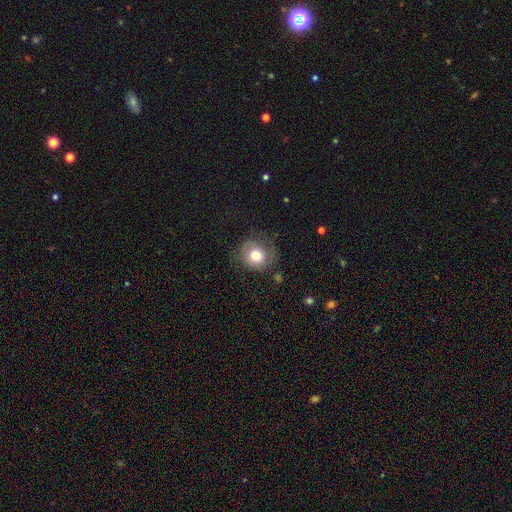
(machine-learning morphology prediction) This appears to be a smooth galaxy with no disk features (66%) that is round (81%). Merging: none (65%).